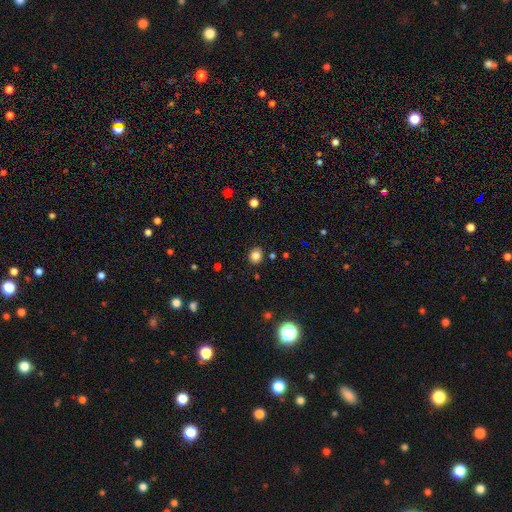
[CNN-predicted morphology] A smooth galaxy with no disk features (82%) that is round (73%). Merging: none (89%).